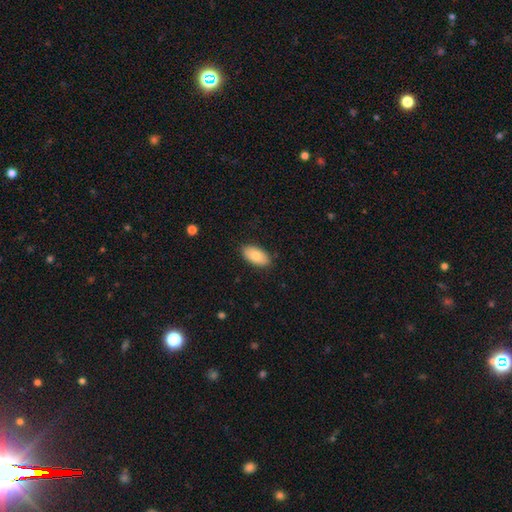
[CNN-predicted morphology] Q: Smooth or featured?
A: smooth (81%); runner-up: featured or disk (13%)
Q: How rounded?
A: in between (94%); runner-up: cigar-shaped (3%)
Q: Merging?
A: none (88%); runner-up: minor disturbance (10%)